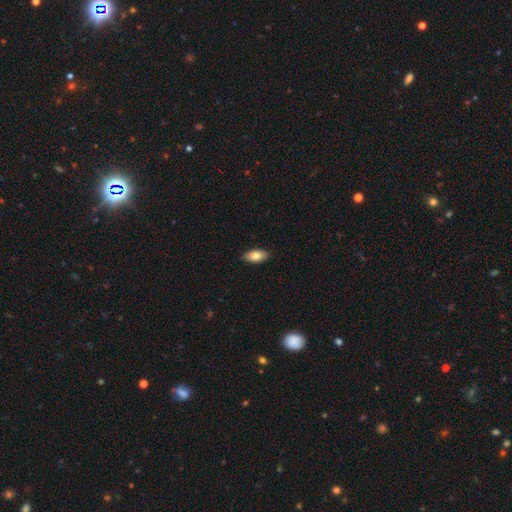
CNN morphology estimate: This appears to be a smooth galaxy with no disk features (79%) that is in between round and cigar-shaped (91%). Merging: none (89%).